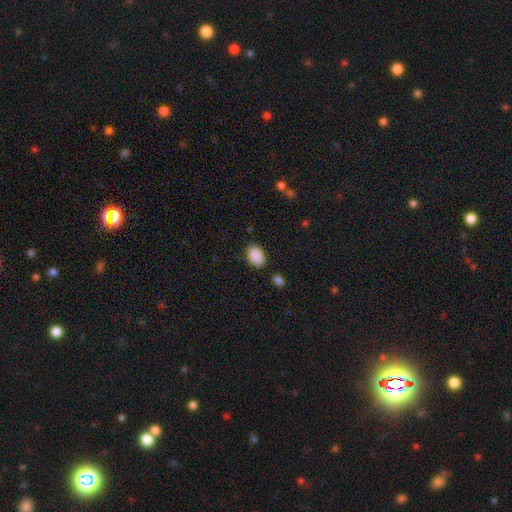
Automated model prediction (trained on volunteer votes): Smooth or featured?
  - smooth: 90% *
  - star or artifact: 7%
  - featured or disk: 3%
How rounded?
  - in between: 83% *
  - round: 16%
  - cigar-shaped: 1%
Merging?
  - none: 84% *
  - minor disturbance: 10%
  - major disturbance: 3%
  - merger: 2%